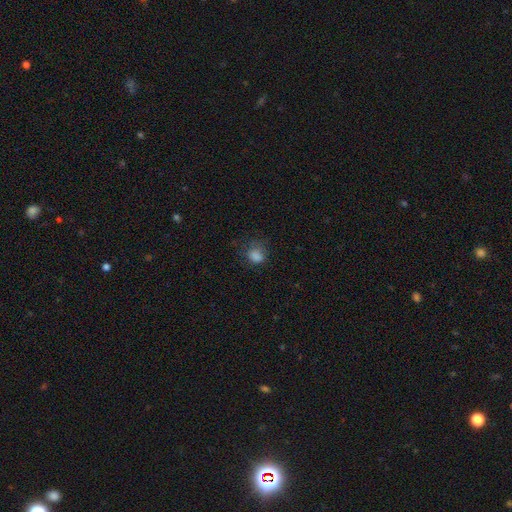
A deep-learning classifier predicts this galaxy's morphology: smooth_or_featured: smooth (p=0.79) [alt: star or artifact p=0.14]
how_rounded: round (p=0.54) [alt: in between p=0.44]
merging: none (p=0.55) [alt: minor disturbance p=0.25]